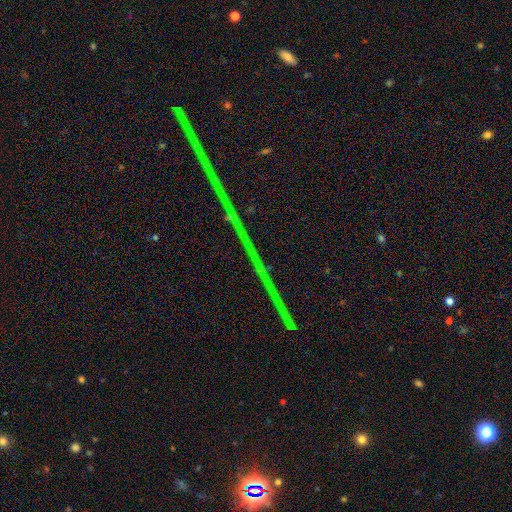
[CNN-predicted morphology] Smooth or featured?
  - star or artifact: 86% *
  - featured or disk: 9%
  - smooth: 5%